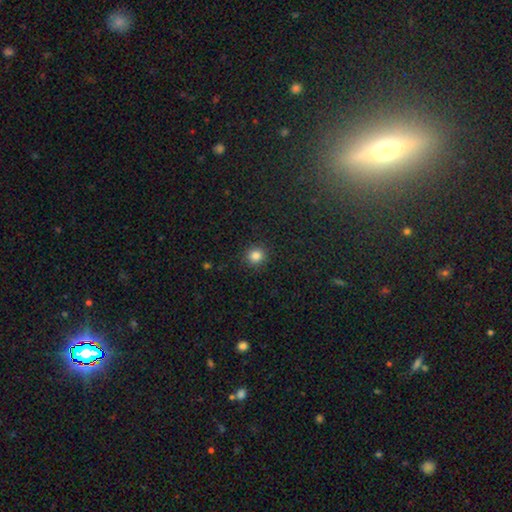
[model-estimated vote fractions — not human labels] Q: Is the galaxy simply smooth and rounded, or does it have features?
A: smooth — 84%.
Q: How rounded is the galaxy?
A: round — 91%.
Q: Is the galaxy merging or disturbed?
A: none — 90%.